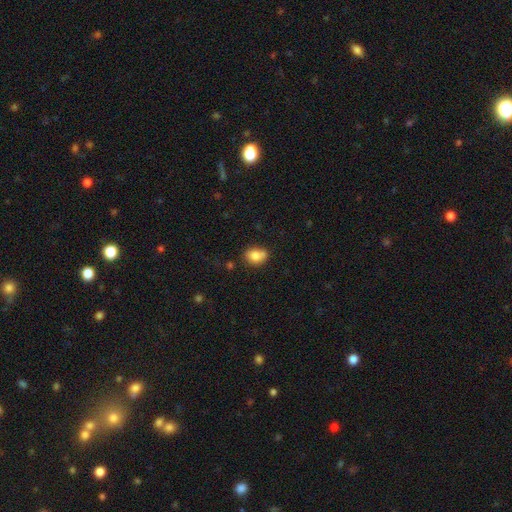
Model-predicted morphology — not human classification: The model was most divided on "how rounded": in between: 63%, round: 36%, cigar-shaped: 1%. More confident: smooth or featured — smooth (79%); merging — none (58%).